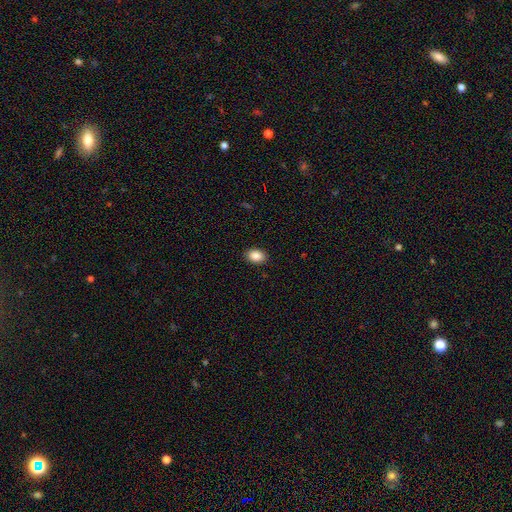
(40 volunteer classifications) Smooth or featured? 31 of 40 (78%) said smooth. How rounded? 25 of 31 (81%) said in between. Merging? 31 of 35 (89%) said none.